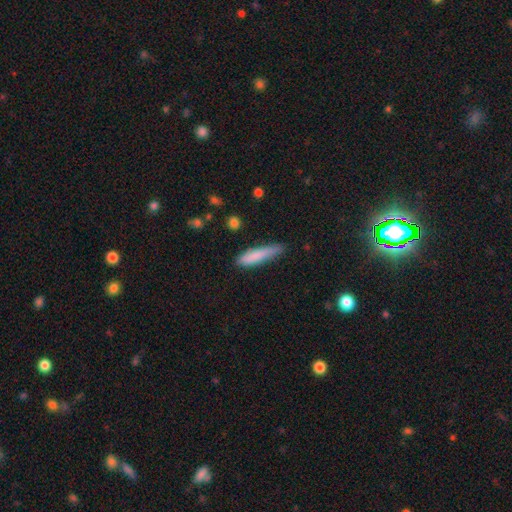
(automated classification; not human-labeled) The model was most divided on "merging": none: 69%, minor disturbance: 25%, major disturbance: 5%, merger: 2%. More confident: how rounded — cigar-shaped (85%); smooth or featured — smooth (81%).